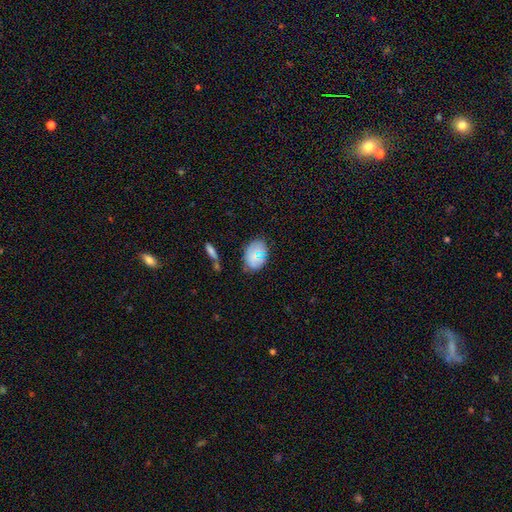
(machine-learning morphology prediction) Smooth or featured? smooth (72%)
How rounded? in between (81%)
Merging? none (74%)